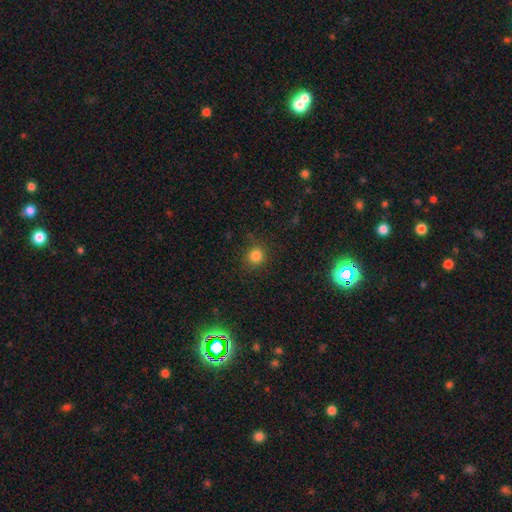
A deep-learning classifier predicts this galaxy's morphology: Smooth or featured? smooth (82%)
How rounded? round (91%)
Merging? none (85%)